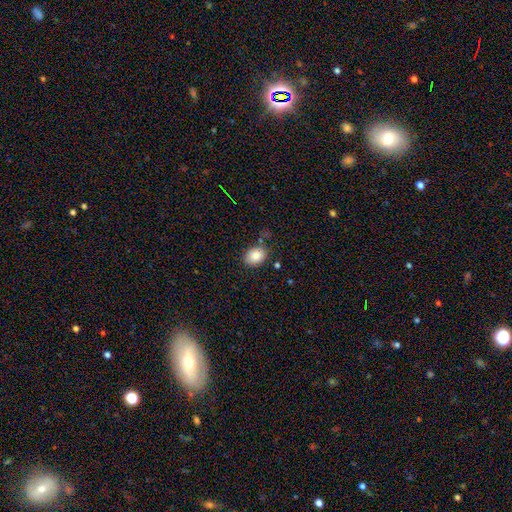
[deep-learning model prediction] This is clearly a smooth galaxy (85%). How rounded: likely in between (66%). Merging: likely none (79%).